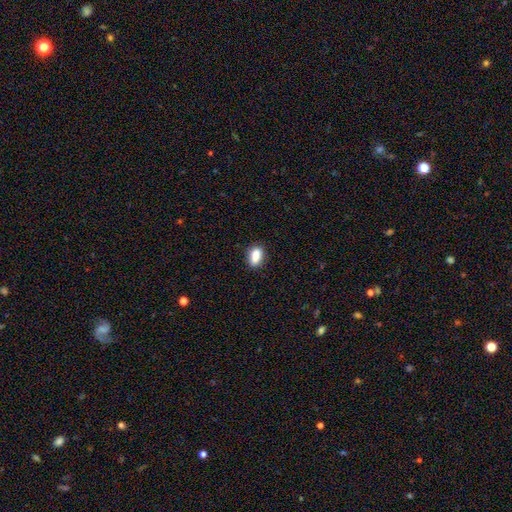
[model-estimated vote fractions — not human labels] Smooth or featured?
  - smooth: 86% *
  - star or artifact: 9%
  - featured or disk: 6%
How rounded?
  - in between: 85% *
  - round: 10%
  - cigar-shaped: 5%
Merging?
  - none: 81% *
  - minor disturbance: 14%
  - major disturbance: 3%
  - merger: 2%